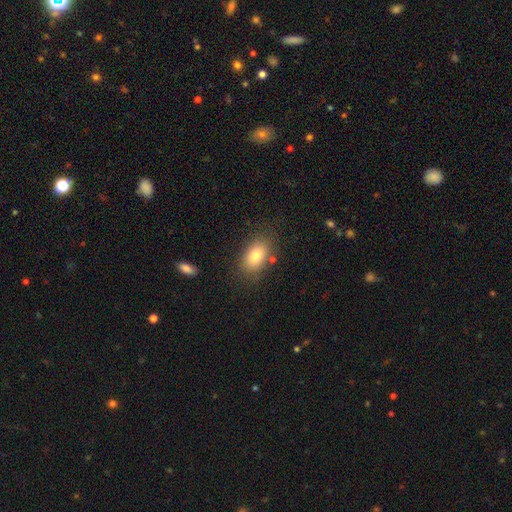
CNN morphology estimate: This is clearly a smooth galaxy (81%). How rounded: clearly in between (89%). Merging: clearly none (80%).